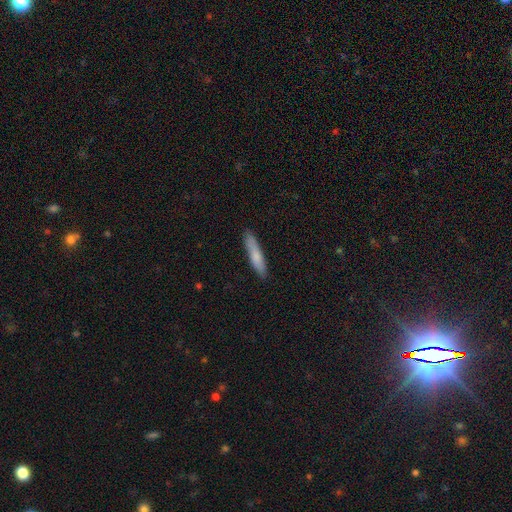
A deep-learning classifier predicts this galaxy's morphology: Smooth or featured? smooth (76%)
How rounded? cigar-shaped (88%)
Merging? none (84%)